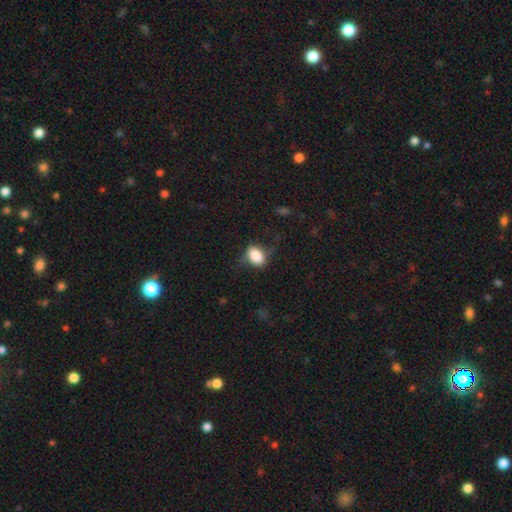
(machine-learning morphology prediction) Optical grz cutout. It shows a smooth galaxy with no disk features (81%) that is in between round and cigar-shaped (79%). Merging: none (55%).